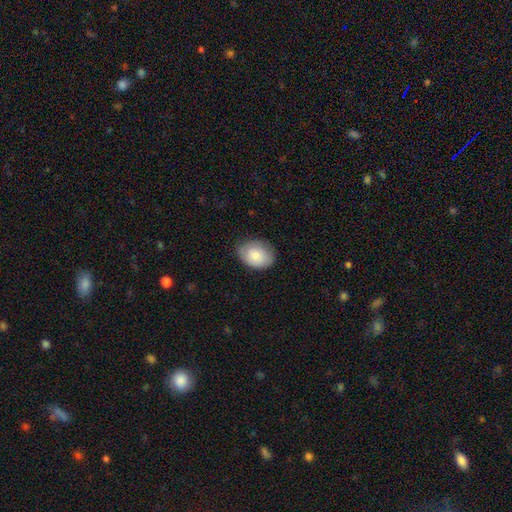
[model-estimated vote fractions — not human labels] smooth_or_featured: smooth (p=0.80) [alt: featured or disk p=0.13]
how_rounded: in between (p=0.71) [alt: round p=0.28]
merging: none (p=0.73) [alt: minor disturbance p=0.22]